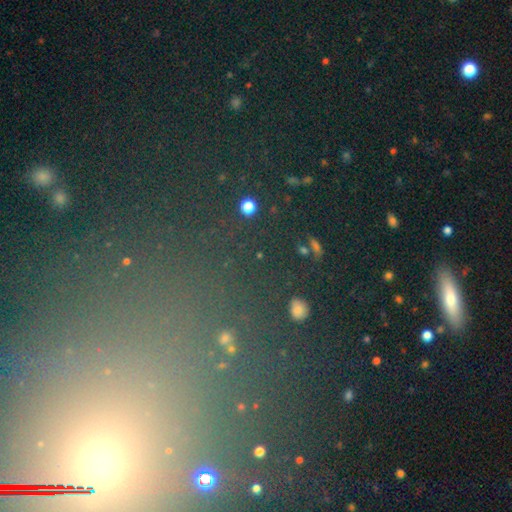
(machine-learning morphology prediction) A star or artifact, not a galaxy (62%).

Vote fractions:
- Smooth or featured? star or artifact: 62% / smooth: 26% / featured or disk: 12%